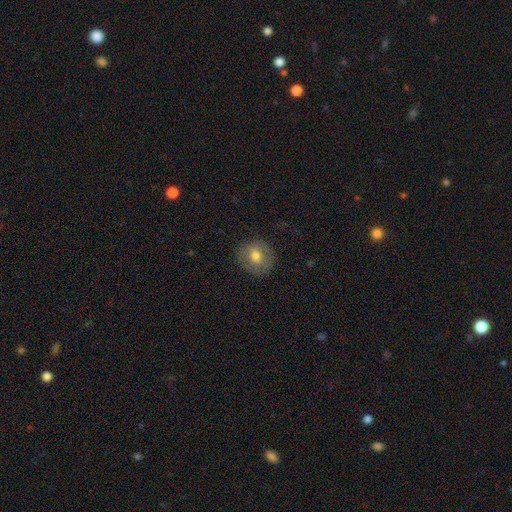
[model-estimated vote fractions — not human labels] Q: Smooth or featured?
A: smooth (67%); runner-up: featured or disk (24%)
Q: How rounded?
A: round (81%); runner-up: in between (18%)
Q: Merging?
A: none (83%); runner-up: minor disturbance (12%)